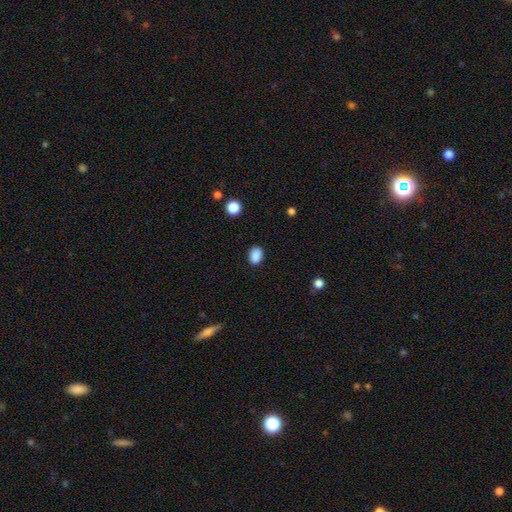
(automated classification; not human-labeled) smooth_or_featured: smooth (p=0.88) [alt: star or artifact p=0.09]
how_rounded: in between (p=0.77) [alt: round p=0.22]
merging: none (p=0.87) [alt: minor disturbance p=0.09]